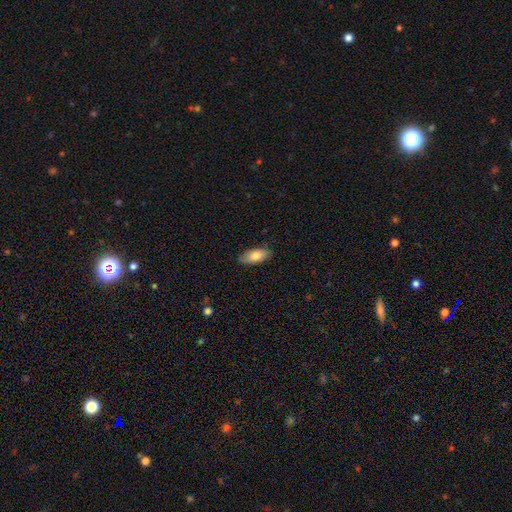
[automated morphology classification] This appears to be a smooth galaxy with no disk features (78%) that is in between round and cigar-shaped (88%). Merging: none (86%).